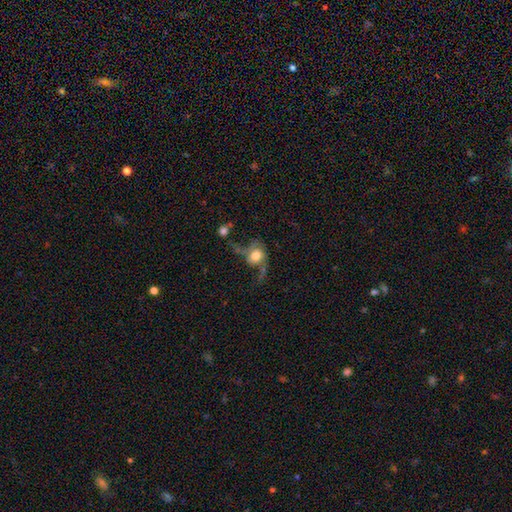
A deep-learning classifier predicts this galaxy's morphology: smooth_or_featured: smooth (p=0.47) [alt: featured or disk p=0.44]
merging: major disturbance (p=0.40) [alt: none p=0.28]